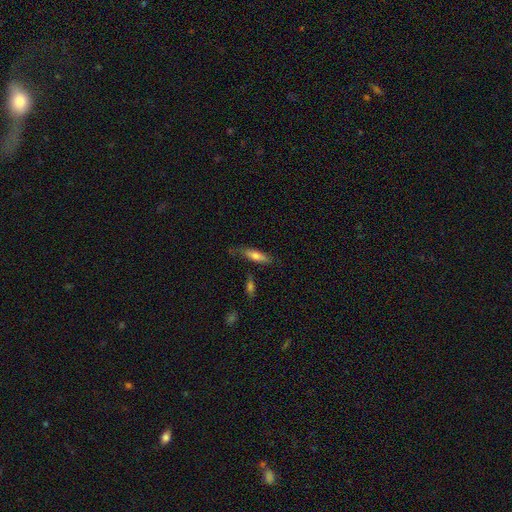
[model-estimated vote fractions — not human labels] Overall: smooth (70%). How rounded: in between (51%; cigar-shaped 47%). Merging: none (61%; minor disturbance 25%).